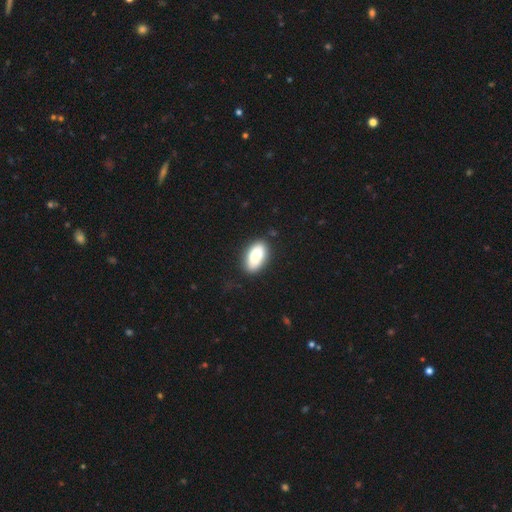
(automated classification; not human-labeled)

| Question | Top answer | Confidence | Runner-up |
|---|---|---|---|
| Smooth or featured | smooth | 86% | featured or disk (8%) |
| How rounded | in between | 93% | cigar-shaped (4%) |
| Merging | none | 83% | minor disturbance (13%) |